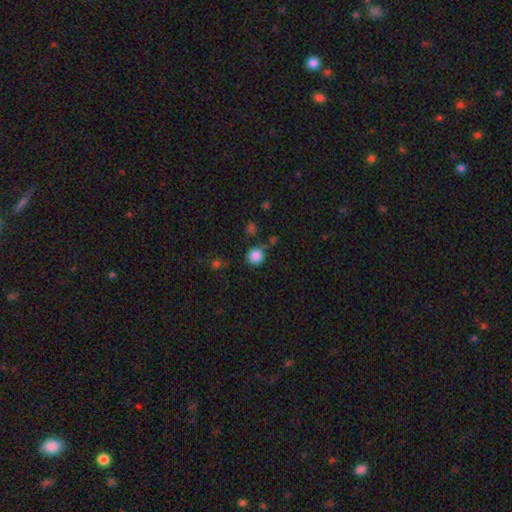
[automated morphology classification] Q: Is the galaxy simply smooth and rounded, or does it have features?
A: smooth — 85%.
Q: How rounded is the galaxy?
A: round — 94%.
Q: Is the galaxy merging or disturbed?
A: none — 78%.